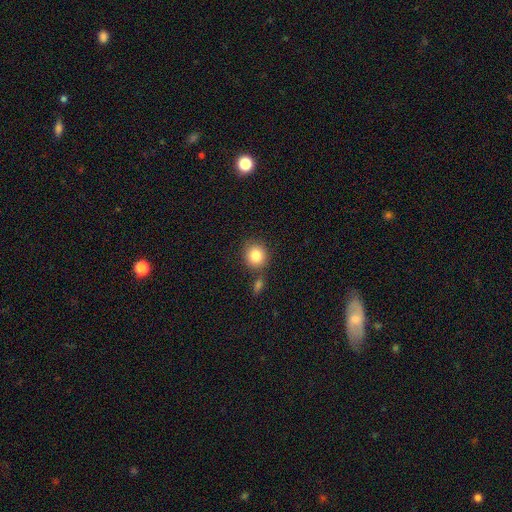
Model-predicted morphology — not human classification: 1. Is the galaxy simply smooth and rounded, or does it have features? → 84% smooth, 9% star or artifact, 7% featured or disk.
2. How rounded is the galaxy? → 84% round, 15% in between, 1% cigar-shaped.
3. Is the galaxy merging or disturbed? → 71% none, 14% merger, 11% minor disturbance, 3% major disturbance.